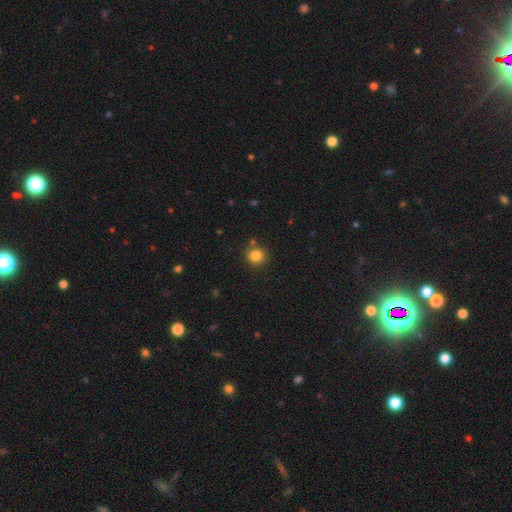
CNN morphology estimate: A smooth galaxy with no disk features (85%) that is round (89%). Merging: none (83%).